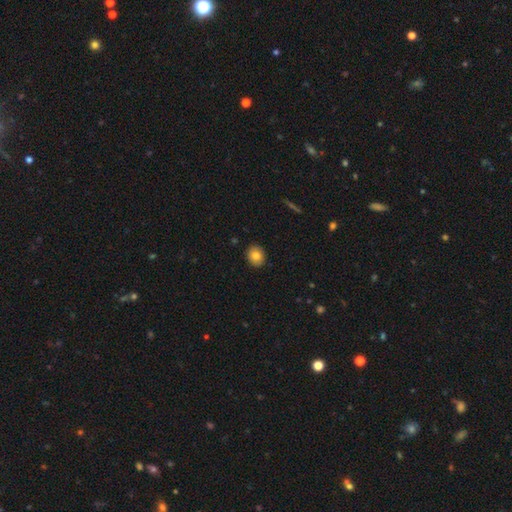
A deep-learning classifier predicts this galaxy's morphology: type=smooth (81%); roundness=round (60%); merging=none (90%).